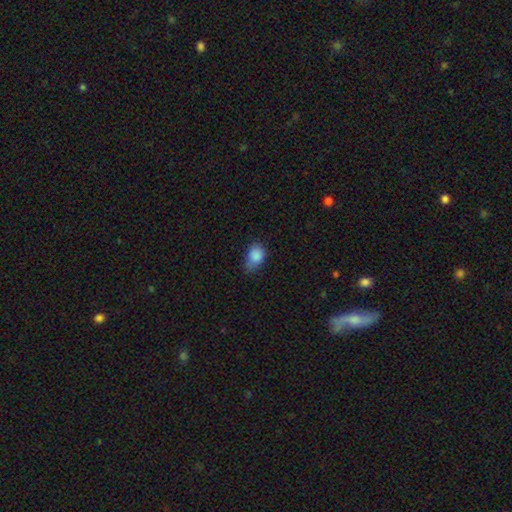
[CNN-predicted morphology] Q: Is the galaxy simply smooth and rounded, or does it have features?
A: smooth — 86%.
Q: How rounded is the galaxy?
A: in between — 72%.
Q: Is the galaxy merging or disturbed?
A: none — 48%.